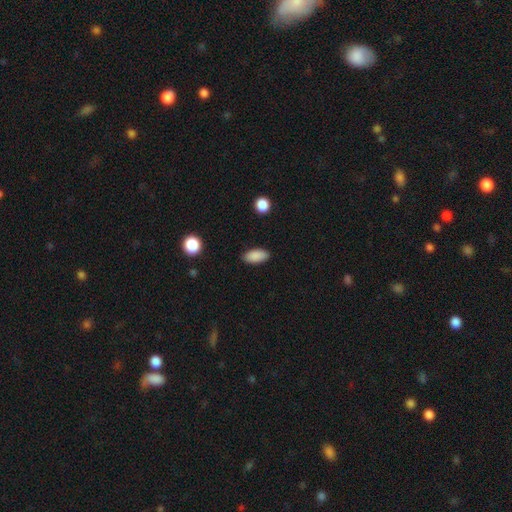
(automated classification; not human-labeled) smooth_or_featured: smooth (p=0.89) [alt: star or artifact p=0.08]
how_rounded: in between (p=0.91) [alt: cigar-shaped p=0.06]
merging: none (p=0.88) [alt: minor disturbance p=0.09]